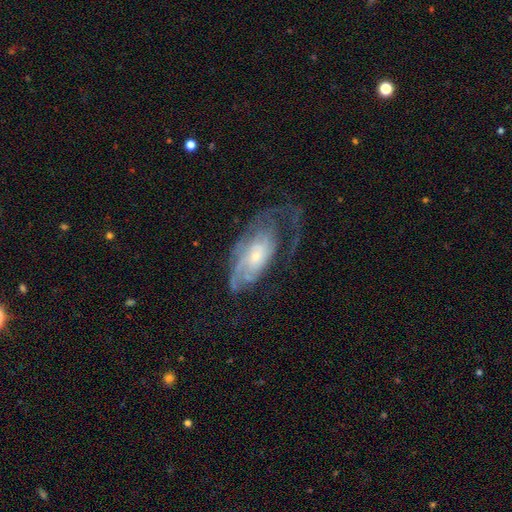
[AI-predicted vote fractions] The model was most divided on "merging": none: 40%, major disturbance: 36%, minor disturbance: 22%, merger: 2%. Remaining: edge-on disk — no (91%); spiral arms — yes (83%); smooth or featured — featured or disk (74%); bar — no (72%); bulge size — small (58%); spiral winding — tight (49%); spiral arm count — can't tell (44%).